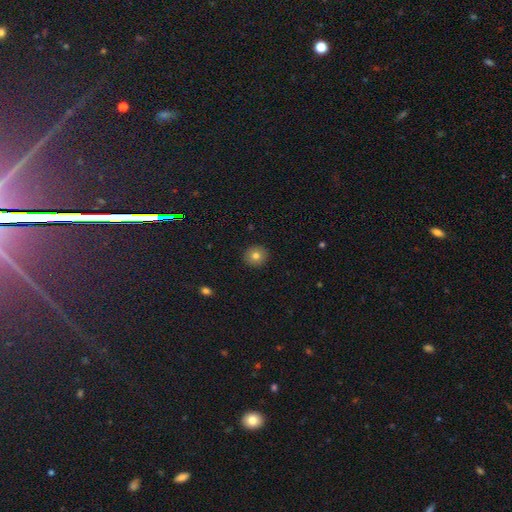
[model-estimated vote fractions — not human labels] Smooth or featured? Predicted: smooth (p=0.78). How rounded? Predicted: round (p=0.88). Merging? Predicted: none (p=0.91).